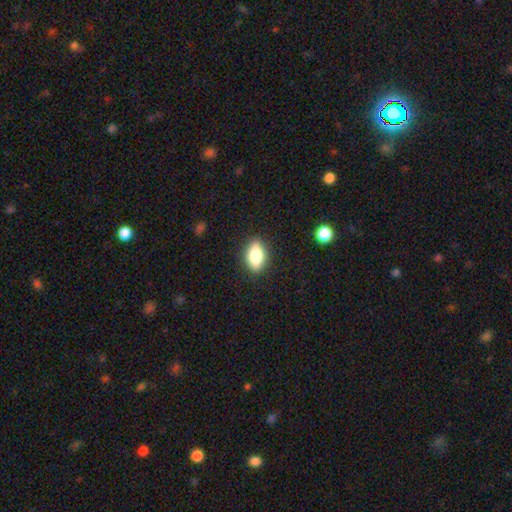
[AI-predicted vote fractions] This appears to be a smooth galaxy with no disk features (77%) that is in between round and cigar-shaped (84%). Merging: none (88%).